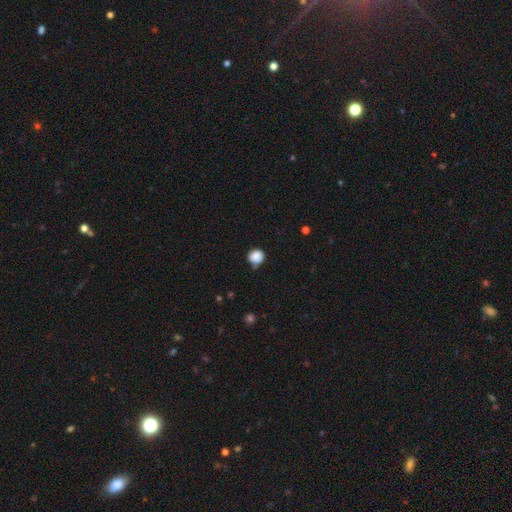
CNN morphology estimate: Overall: smooth (86%). How rounded: round (88%). Merging: none (69%).